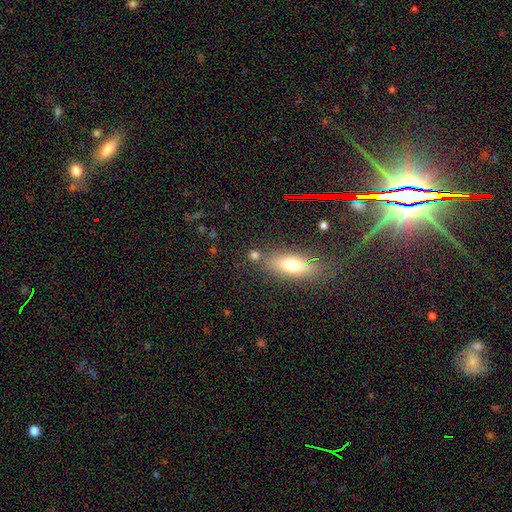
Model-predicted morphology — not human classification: This appears to be a smooth galaxy with no disk features (60%) that is in between round and cigar-shaped (58%). Merging: none (75%).